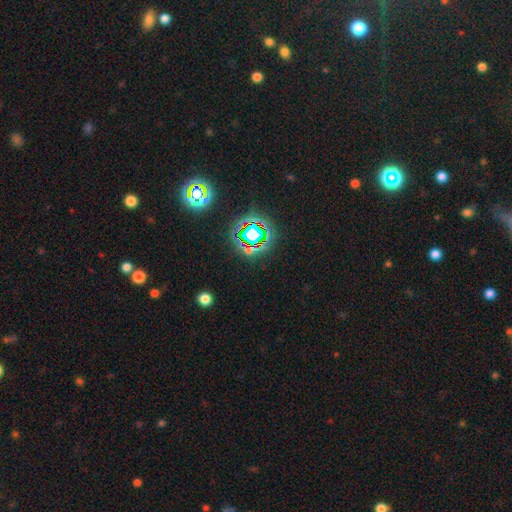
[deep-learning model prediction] Smooth or featured?
  - star or artifact: 77% *
  - smooth: 15%
  - featured or disk: 8%